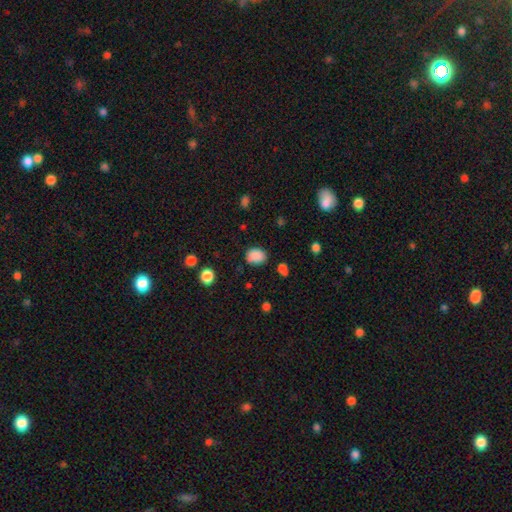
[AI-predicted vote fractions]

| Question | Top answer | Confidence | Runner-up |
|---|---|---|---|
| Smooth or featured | smooth | 87% | star or artifact (10%) |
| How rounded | in between | 59% | round (40%) |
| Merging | none | 77% | minor disturbance (16%) |